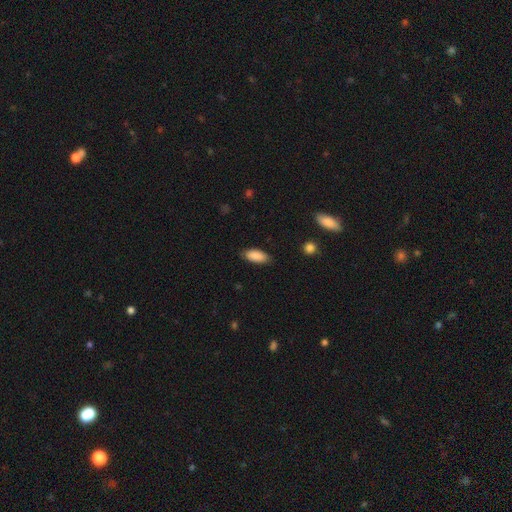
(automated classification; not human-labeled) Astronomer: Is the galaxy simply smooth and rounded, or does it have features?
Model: smooth — 89%.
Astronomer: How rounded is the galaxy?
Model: in between — 86%.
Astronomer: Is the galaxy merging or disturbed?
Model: none — 82%.